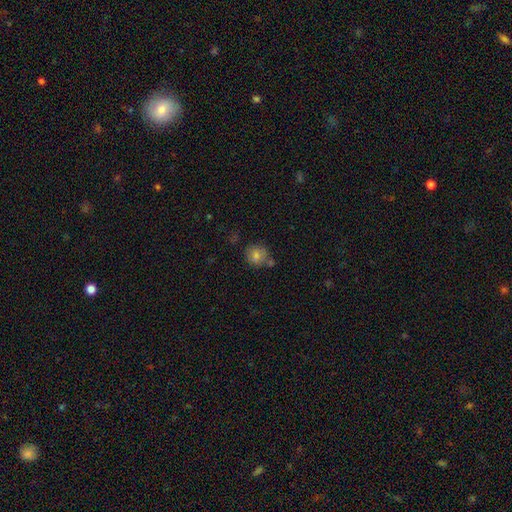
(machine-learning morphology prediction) A smooth galaxy with no disk features (76%) that is round (73%).

Vote fractions:
- Smooth or featured? smooth: 76% / star or artifact: 12% / featured or disk: 12%
- How rounded? round: 73% / in between: 26% / cigar-shaped: 1%
- Merging? none: 63% / minor disturbance: 17% / merger: 15% / major disturbance: 6%